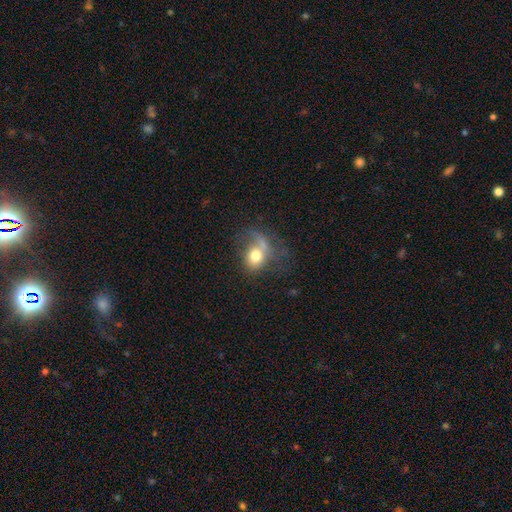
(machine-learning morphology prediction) smooth 64%, featured or disk 25%, star or artifact 11%. Down the decision tree: how rounded — round (52%); merging — major disturbance (35%).